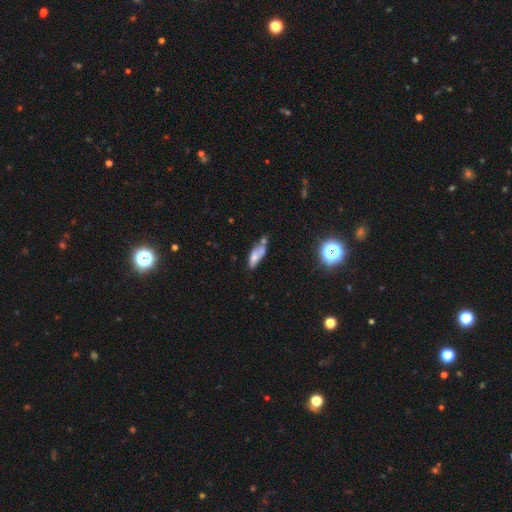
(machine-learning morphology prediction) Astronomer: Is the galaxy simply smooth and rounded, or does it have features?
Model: smooth — 54% (runner-up: featured or disk, 34%).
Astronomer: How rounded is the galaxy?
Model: in between — 69%.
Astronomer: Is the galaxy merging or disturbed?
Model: merger — 31% (runner-up: none, 29%).